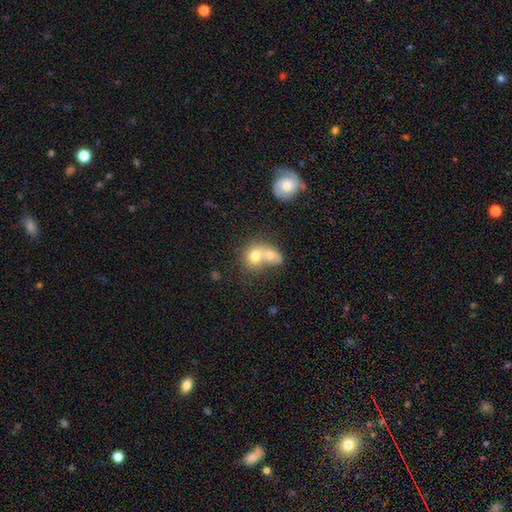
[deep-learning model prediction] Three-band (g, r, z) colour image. It shows a smooth galaxy with no disk features (69%) that is round (65%). Merging: merger (70%).